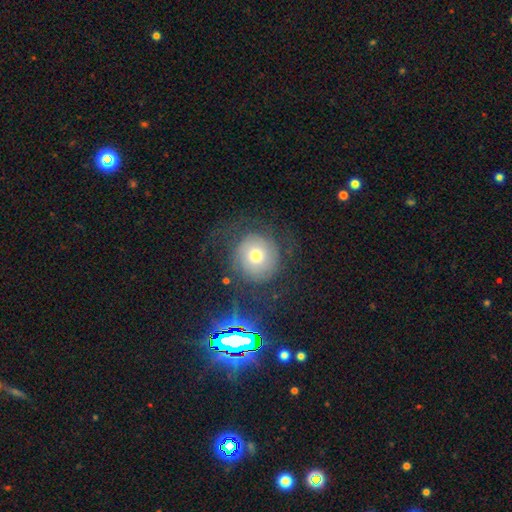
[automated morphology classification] smooth 48%, featured or disk 38%, star or artifact 14%. Down the decision tree: merging — none (65%).